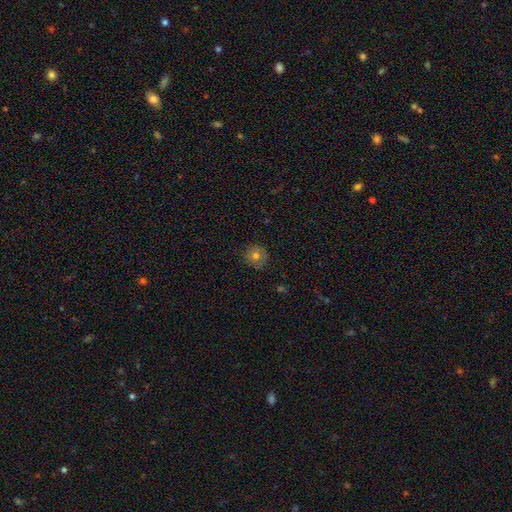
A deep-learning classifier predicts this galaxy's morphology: The model was most divided on "smooth or featured": smooth: 73%, featured or disk: 15%, star or artifact: 12%. More confident: how rounded — round (92%); merging — none (84%).